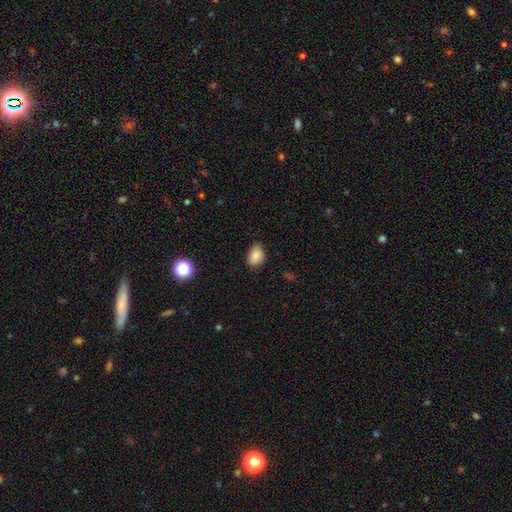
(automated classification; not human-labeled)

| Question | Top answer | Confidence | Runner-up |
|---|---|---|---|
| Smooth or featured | smooth | 85% | star or artifact (10%) |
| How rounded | in between | 63% | round (36%) |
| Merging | none | 76% | minor disturbance (20%) |